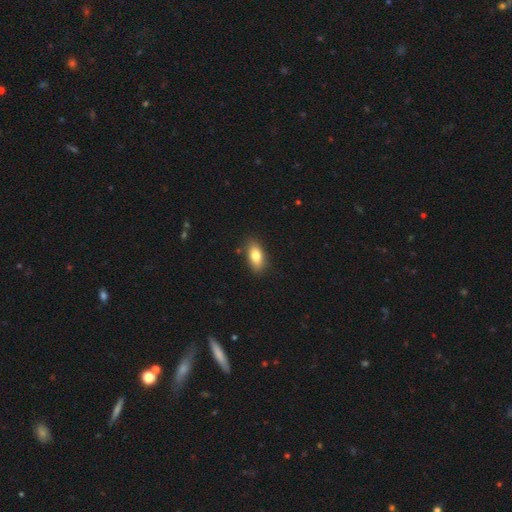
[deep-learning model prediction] Morphology: type=smooth (81%); roundness=in between (88%); merging=none (86%).